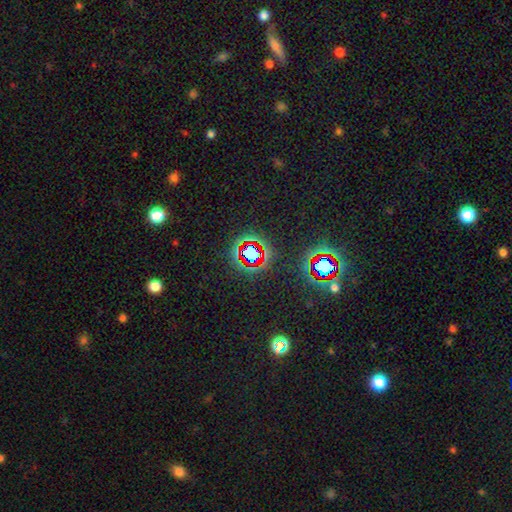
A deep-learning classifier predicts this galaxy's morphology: Q: Smooth or featured?
A: star or artifact (74%); runner-up: smooth (16%)